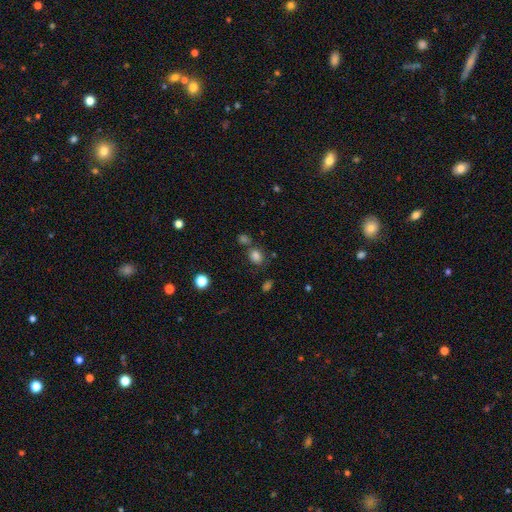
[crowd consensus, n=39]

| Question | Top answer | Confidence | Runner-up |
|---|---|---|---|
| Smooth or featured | smooth | 95% | featured or disk (3%) |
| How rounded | in between | 76% | round (24%) |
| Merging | none | 79% | merger (11%) |